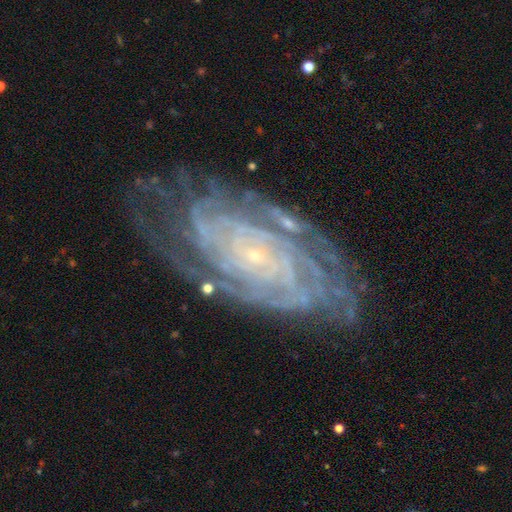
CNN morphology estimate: Smooth or featured? featured or disk (88%)
Edge-on disk? no (95%)
Bar? no (74%)
Spiral arms? yes (97%)
Spiral winding? tight (82%)
Spiral arm count? can't tell (27%)
Bulge size? small (89%)
Merging? none (74%)